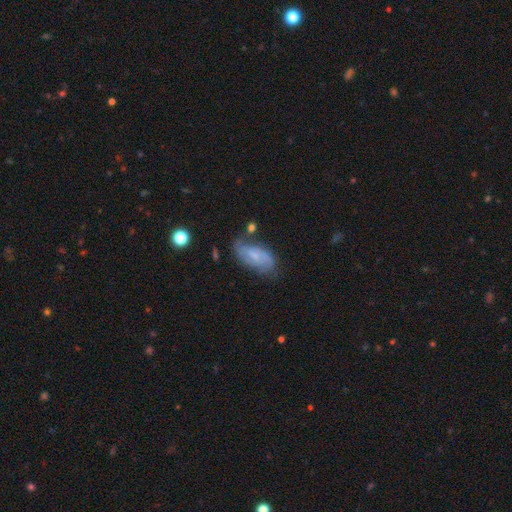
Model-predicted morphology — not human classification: This is possibly a featured or disk galaxy (59%). It is clearly not viewed edge-on (94%). Bar: possibly weak (45%, tied with no). Spiral arm pattern: clearly yes (87%). Central bulge: possibly small (53%). Merging: likely none (62%).